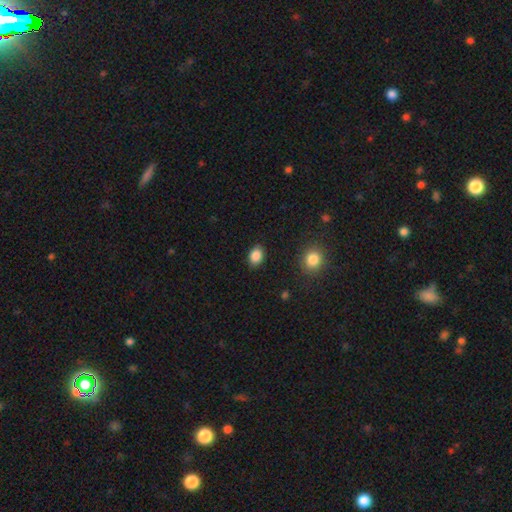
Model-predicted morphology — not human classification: Smooth or featured?
  - smooth: 87% *
  - star or artifact: 9%
  - featured or disk: 4%
How rounded?
  - in between: 77% *
  - round: 22%
  - cigar-shaped: 1%
Merging?
  - none: 88% *
  - minor disturbance: 9%
  - major disturbance: 2%
  - merger: 1%